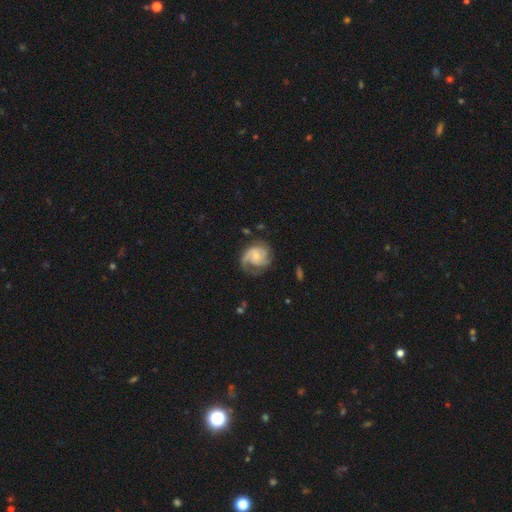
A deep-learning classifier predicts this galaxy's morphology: smooth_or_featured: featured or disk (p=0.81) [alt: smooth p=0.13]
disk_edge_on: no (p=0.98) [alt: yes p=0.02]
bar: no (p=0.64) [alt: weak p=0.31]
has_spiral_arms: yes (p=0.95) [alt: no p=0.05]
spiral_winding: medium (p=0.44) [alt: tight p=0.40]
spiral_arm_count: 2 (p=0.40) [alt: 3 p=0.26]
bulge_size: small (p=0.56) [alt: moderate p=0.32]
merging: none (p=0.63) [alt: minor disturbance p=0.21]